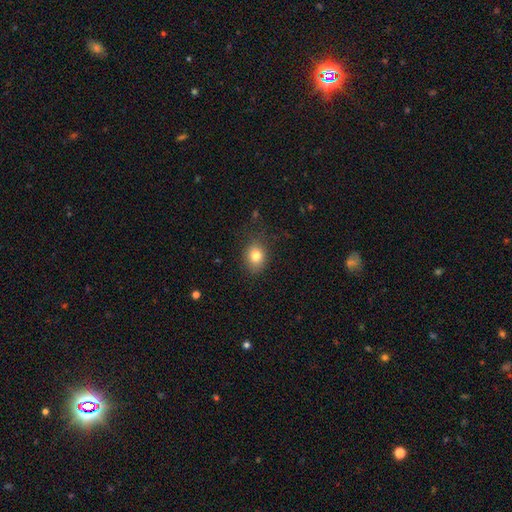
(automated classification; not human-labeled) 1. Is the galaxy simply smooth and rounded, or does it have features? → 80% smooth, 11% star or artifact, 9% featured or disk.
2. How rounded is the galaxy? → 52% round, 47% in between, 1% cigar-shaped.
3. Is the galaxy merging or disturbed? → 79% none, 15% minor disturbance, 5% major disturbance, 1% merger.